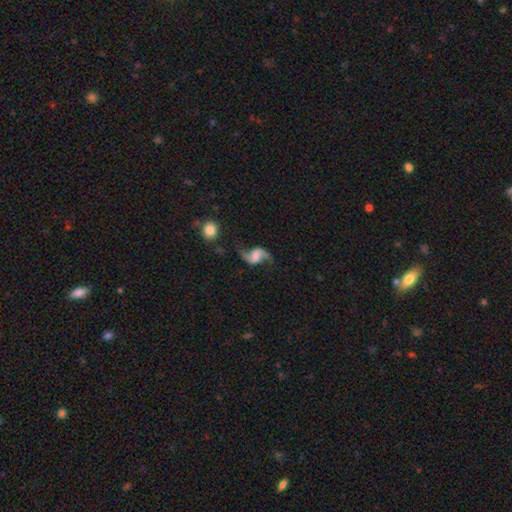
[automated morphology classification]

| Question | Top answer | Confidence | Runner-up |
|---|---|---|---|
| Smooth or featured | featured or disk | 86% | smooth (8%) |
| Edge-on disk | no | 98% | yes (2%) |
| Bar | weak | 43% | no (37%) |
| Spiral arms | yes | 96% | no (4%) |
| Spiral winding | loose | 82% | medium (14%) |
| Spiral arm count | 2 | 94% | 1 (2%) |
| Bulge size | none | 43% | small (22%) |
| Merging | none | 73% | minor disturbance (15%) |